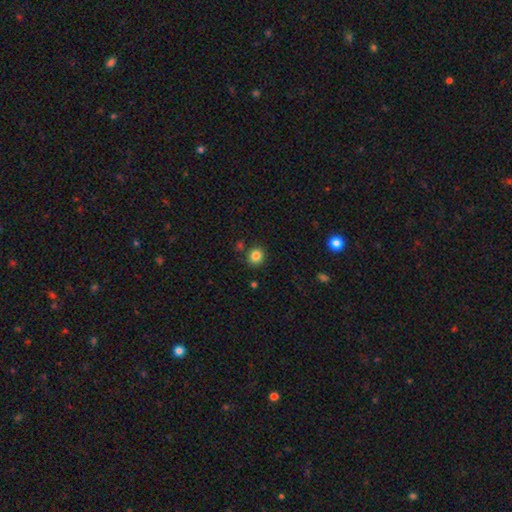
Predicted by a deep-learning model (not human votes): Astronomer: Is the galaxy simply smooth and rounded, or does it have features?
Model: smooth — 84%.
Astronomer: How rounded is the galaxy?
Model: round — 86%.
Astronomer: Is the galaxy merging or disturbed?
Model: none — 84%.